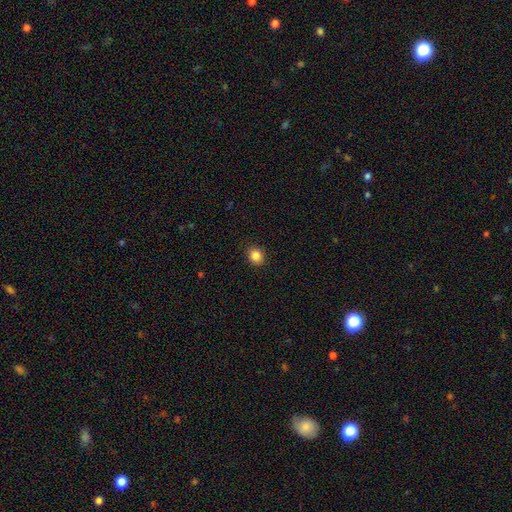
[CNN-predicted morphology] This is clearly a smooth galaxy (85%). How rounded: likely round (68%). Merging: clearly none (91%).